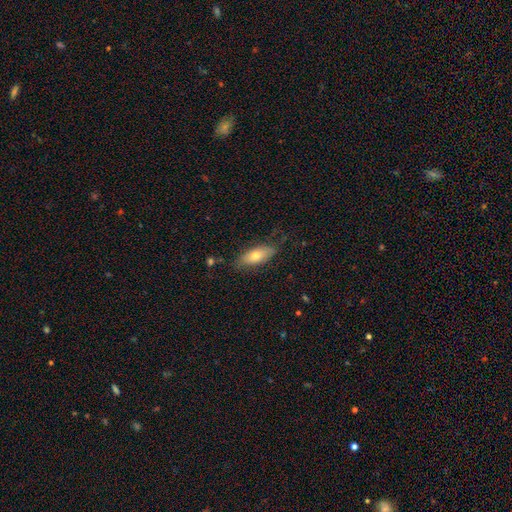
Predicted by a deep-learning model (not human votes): The model was most divided on "smooth or featured": smooth: 67%, featured or disk: 27%, star or artifact: 7%. More confident: merging — none (75%); how rounded — in between (74%).